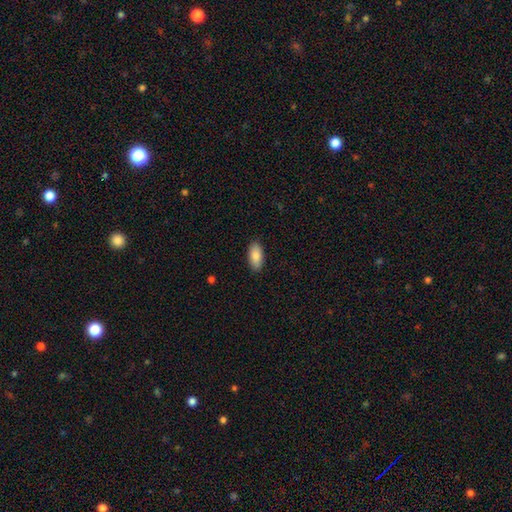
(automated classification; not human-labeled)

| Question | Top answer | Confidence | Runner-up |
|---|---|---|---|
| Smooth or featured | smooth | 87% | featured or disk (7%) |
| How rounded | in between | 90% | cigar-shaped (8%) |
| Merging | none | 89% | minor disturbance (9%) |